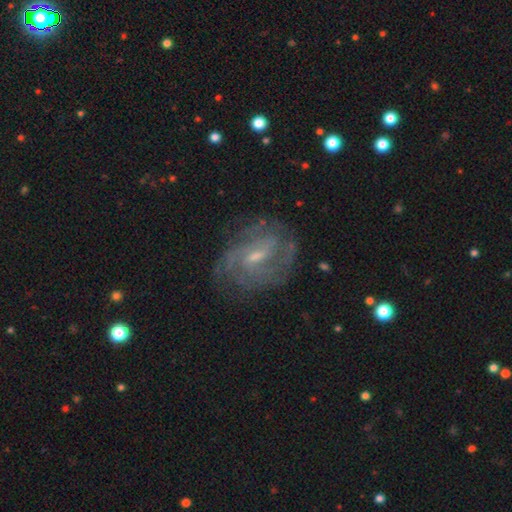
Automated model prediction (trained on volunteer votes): This appears to be a featured or disk galaxy (82%) with a weak bar (59%), tight (51%) spiral arms (91%) and a small central bulge (54%). Merging: none (72%).